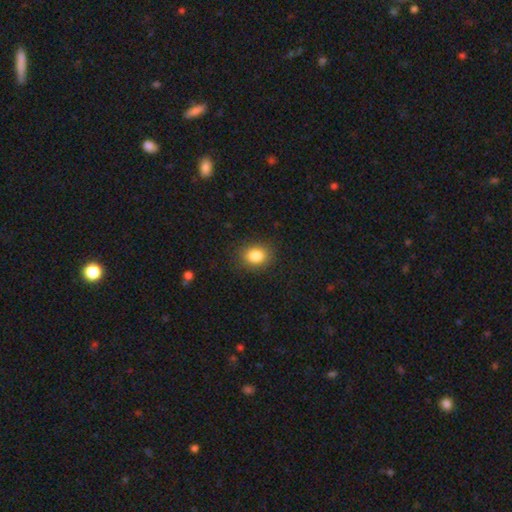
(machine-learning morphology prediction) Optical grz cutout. It shows a smooth galaxy with no disk features (84%) that is round (54%). Merging: none (87%).